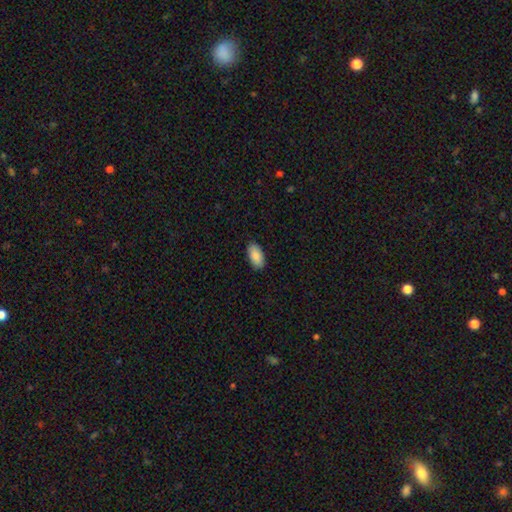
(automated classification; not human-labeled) Smooth or featured? Predicted: smooth (p=0.89). How rounded? Predicted: in between (p=0.95). Merging? Predicted: none (p=0.89).